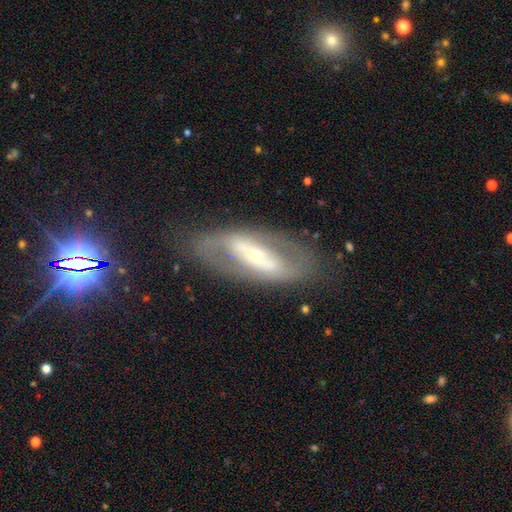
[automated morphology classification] smooth_or_featured: featured or disk (p=0.73) [alt: smooth p=0.19]
disk_edge_on: no (p=0.86) [alt: yes p=0.14]
bar: strong (p=0.46) [alt: no p=0.31]
has_spiral_arms: yes (p=0.51) [alt: no p=0.49]
bulge_size: small (p=0.64) [alt: moderate p=0.30]
merging: none (p=0.72) [alt: minor disturbance p=0.15]